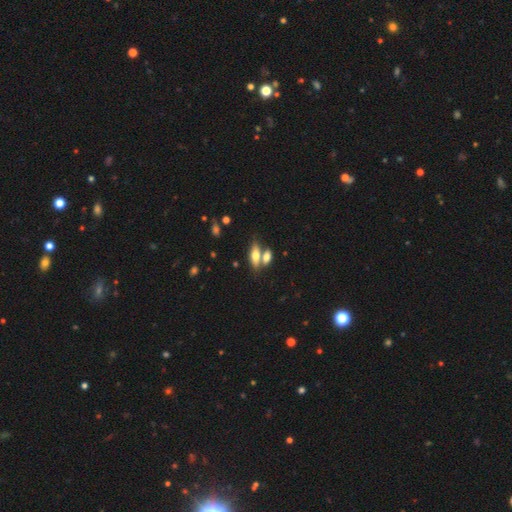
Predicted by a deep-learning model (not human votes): smooth_or_featured: smooth (p=0.64) [alt: featured or disk p=0.29]
how_rounded: in between (p=0.71) [alt: cigar-shaped p=0.24]
merging: none (p=0.45) [alt: merger p=0.42]